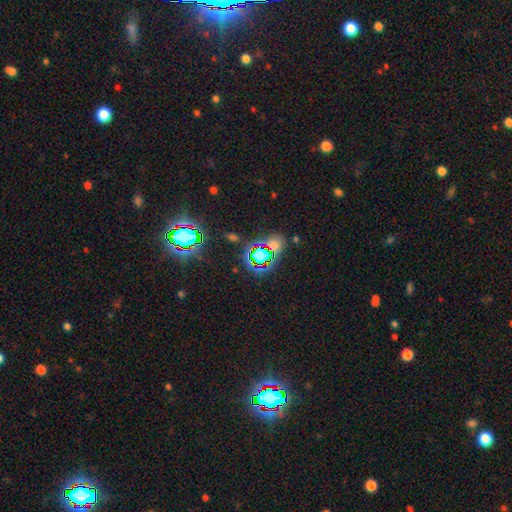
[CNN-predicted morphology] smooth_or_featured: star or artifact (p=0.63) [alt: smooth p=0.26]